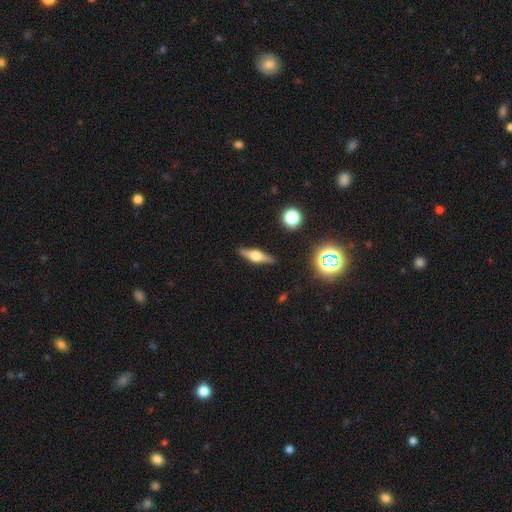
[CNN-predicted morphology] Overall: featured or disk (66%; smooth 26%). Edge-on disk: yes (96%). Edge-on bulge: rounded (93%). Merging: none (89%).